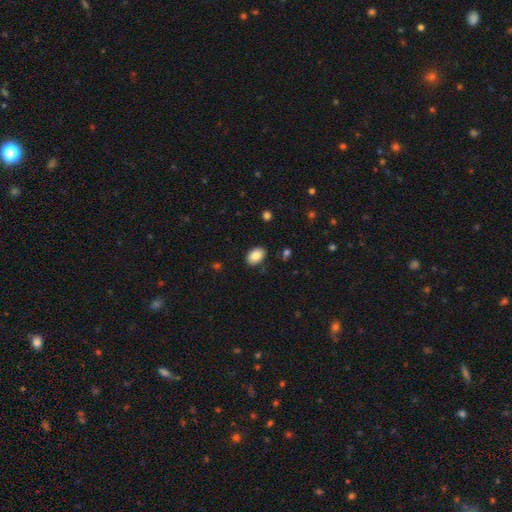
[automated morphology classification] Smooth or featured: smooth — 86% (star or artifact — 7%)
How rounded: in between — 86% (round — 13%)
Merging: none — 87% (minor disturbance — 10%)